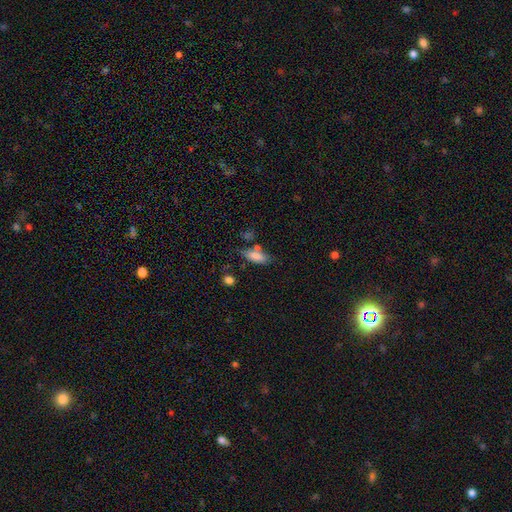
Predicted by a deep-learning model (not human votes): Smooth or featured? smooth (81%)
How rounded? in between (71%)
Merging? none (61%)